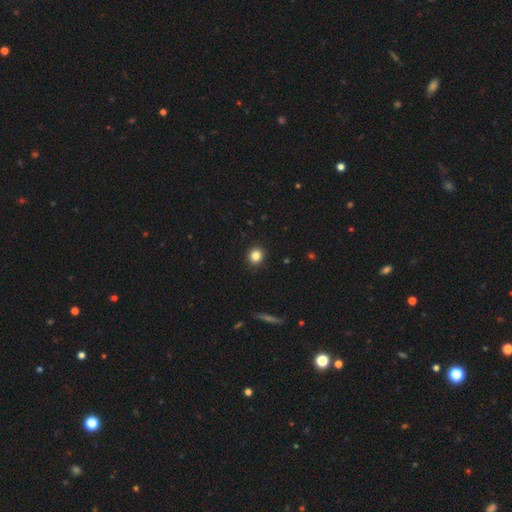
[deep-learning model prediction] This appears to be a smooth galaxy with no disk features (84%) that is round (86%). Merging: none (92%).